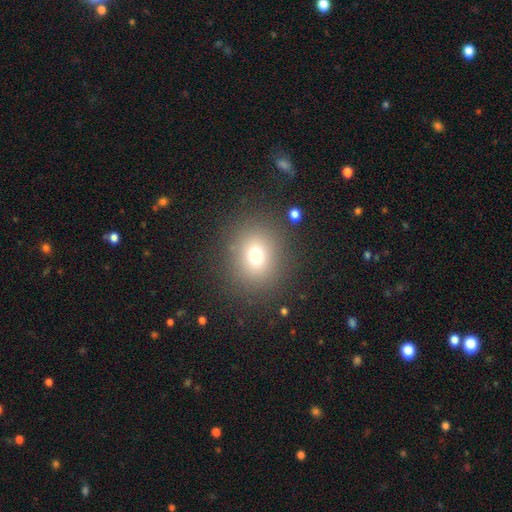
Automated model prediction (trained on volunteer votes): smooth 72%, star or artifact 17%, featured or disk 11%. Down the decision tree: how rounded — round (74%); merging — none (85%).